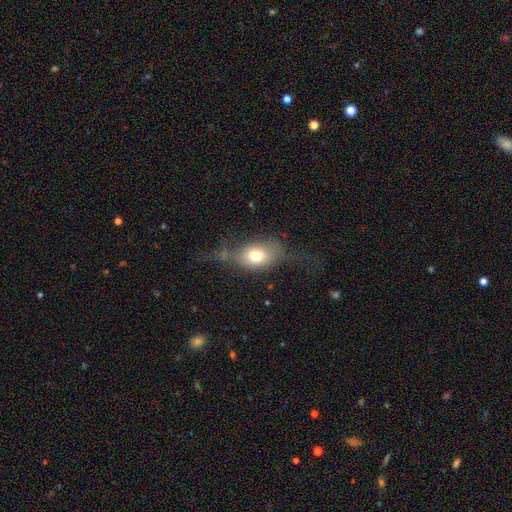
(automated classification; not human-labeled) Morphology: type=smooth (67%); roundness=in between (76%); merging=none (41%).